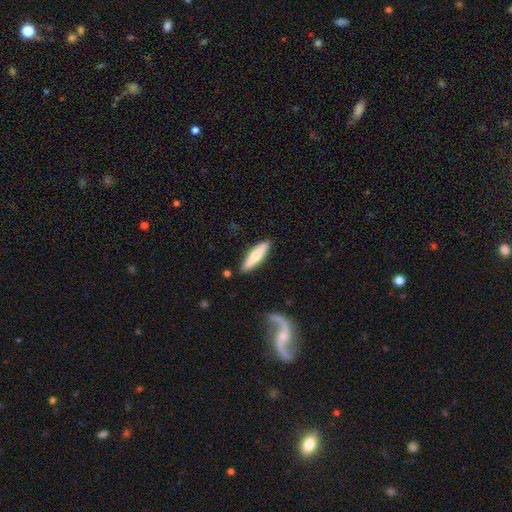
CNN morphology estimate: smooth_or_featured: smooth (p=0.59) [alt: featured or disk p=0.36]
how_rounded: cigar-shaped (p=0.80) [alt: in between p=0.18]
merging: none (p=0.88) [alt: minor disturbance p=0.08]